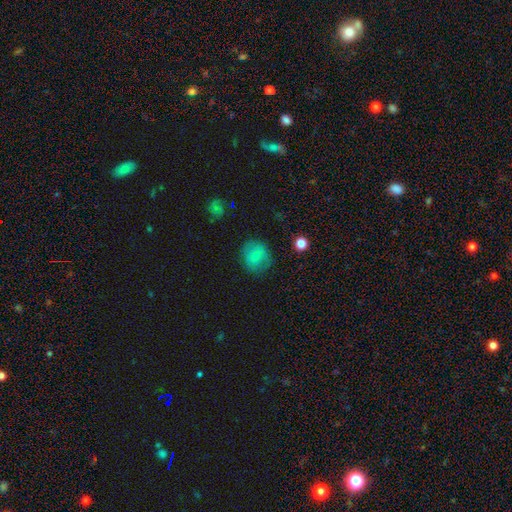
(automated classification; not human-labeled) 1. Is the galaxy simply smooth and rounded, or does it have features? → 71% smooth, 17% featured or disk, 12% star or artifact.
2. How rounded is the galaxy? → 87% round, 12% in between, 1% cigar-shaped.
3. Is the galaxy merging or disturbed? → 82% none, 13% minor disturbance, 3% major disturbance, 1% merger.